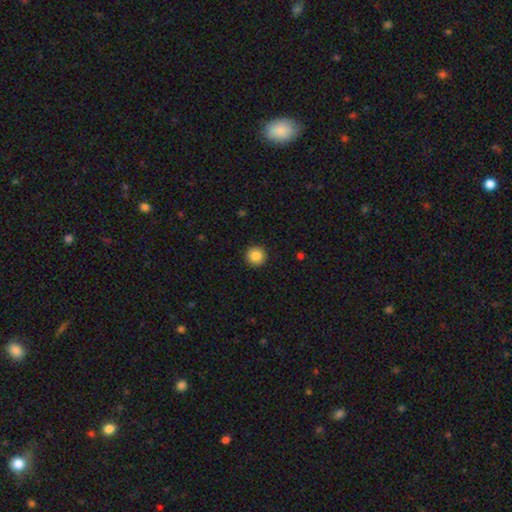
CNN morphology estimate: type=smooth (86%); roundness=round (95%); merging=none (93%).